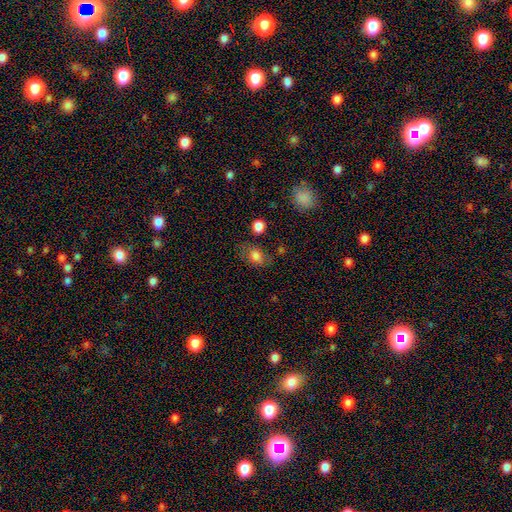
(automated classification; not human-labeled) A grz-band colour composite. It shows a smooth galaxy with no disk features (77%) that is in between round and cigar-shaped (71%). Merging: none (65%).